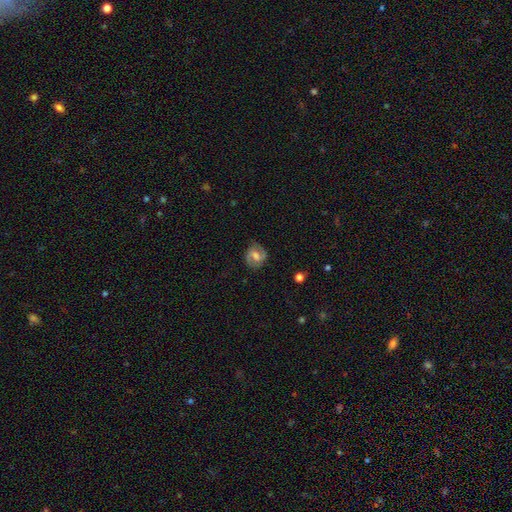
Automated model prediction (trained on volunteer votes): A featured or disk galaxy (66%) with a weak bar (52%), 2 (87%) medium (50%) spiral arms (90%) and a moderate central bulge (56%).

Vote fractions:
- Smooth or featured? featured or disk: 66% / smooth: 27% / star or artifact: 8%
- Edge-on disk? no: 97% / yes: 3%
- Bar? weak: 52% / no: 28% / strong: 20%
- Spiral arms? yes: 90% / no: 10%
- Spiral winding? medium: 50% / tight: 30% / loose: 20%
- Spiral arm count? 2: 87% / can't tell: 7% / 1: 2% / 3: 2% / 4: 1% / more than 4: 1%
- Bulge size? moderate: 56% / small: 23% / large: 13% / none: 7% / dominant: 1%
- Merging? none: 78% / minor disturbance: 15% / major disturbance: 5% / merger: 1%